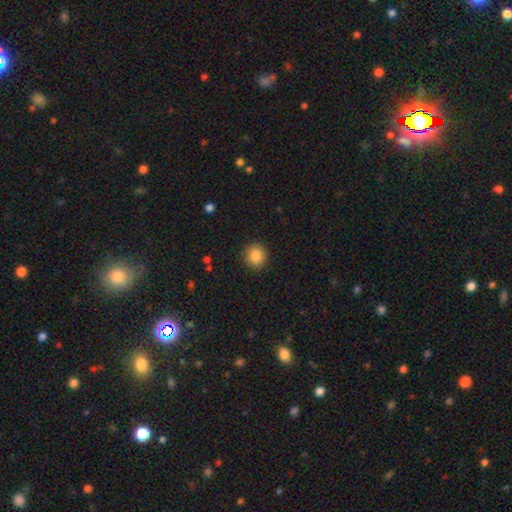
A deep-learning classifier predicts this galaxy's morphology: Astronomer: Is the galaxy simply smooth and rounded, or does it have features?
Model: smooth — 86%.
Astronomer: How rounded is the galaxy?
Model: round — 89%.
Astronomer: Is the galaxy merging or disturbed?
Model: none — 91%.